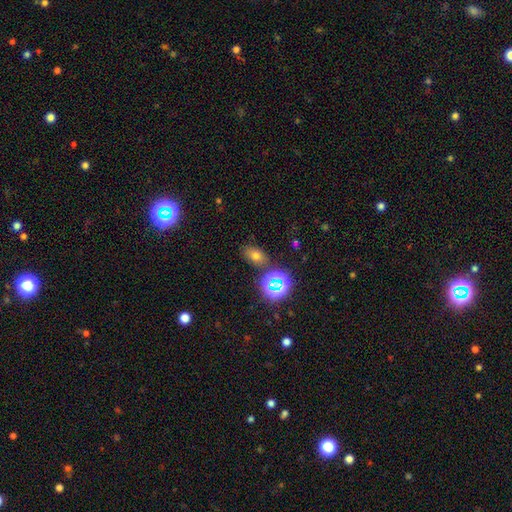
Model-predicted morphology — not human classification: The model was most divided on "smooth or featured": smooth: 63%, star or artifact: 26%, featured or disk: 11%. More confident: merging — none (80%); how rounded — in between (75%).